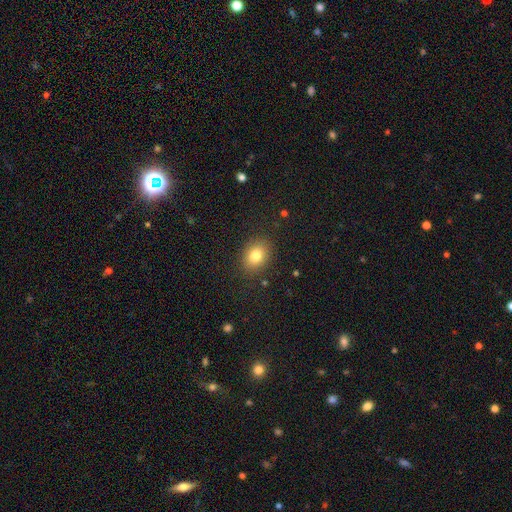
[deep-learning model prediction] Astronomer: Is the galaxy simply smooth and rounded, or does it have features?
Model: smooth — 80%.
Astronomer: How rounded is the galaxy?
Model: in between — 63%.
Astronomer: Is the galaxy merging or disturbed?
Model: none — 86%.